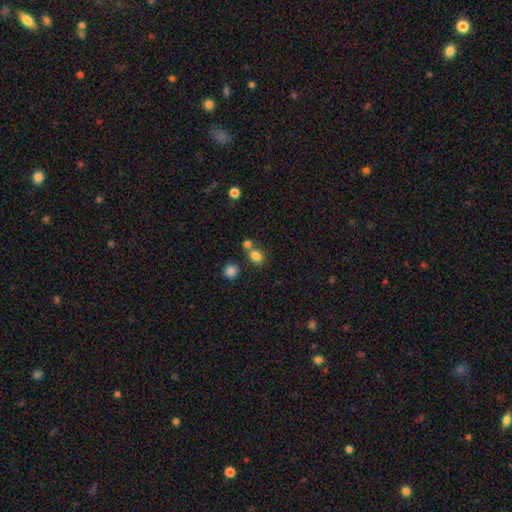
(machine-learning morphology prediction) A smooth galaxy with no disk features (81%) that is round (69%).

Vote fractions:
- Smooth or featured? smooth: 81% / star or artifact: 13% / featured or disk: 6%
- How rounded? round: 69% / in between: 30% / cigar-shaped: 1%
- Merging? none: 63% / merger: 25% / minor disturbance: 9% / major disturbance: 3%